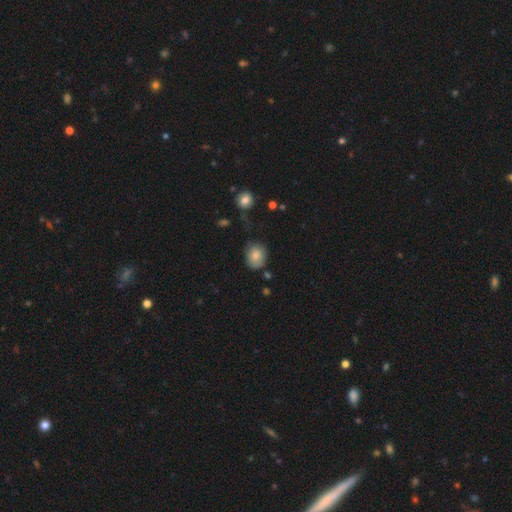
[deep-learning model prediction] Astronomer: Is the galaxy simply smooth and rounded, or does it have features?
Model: smooth — 80%.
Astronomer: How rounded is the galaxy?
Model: round — 62% (runner-up: in between, 37%).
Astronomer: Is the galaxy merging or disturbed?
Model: none — 63%.